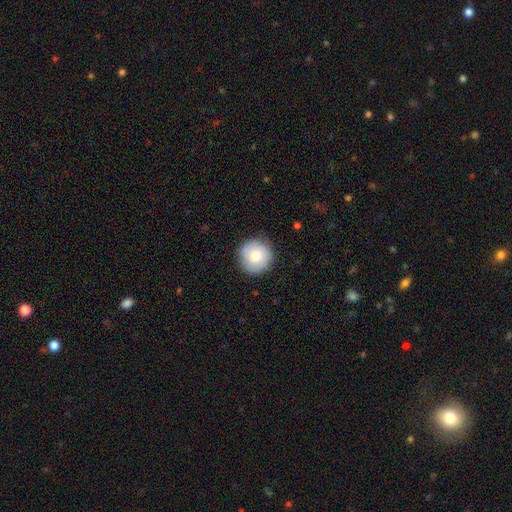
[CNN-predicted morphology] This appears to be a smooth galaxy with no disk features (77%) that is round (95%). Merging: none (87%).